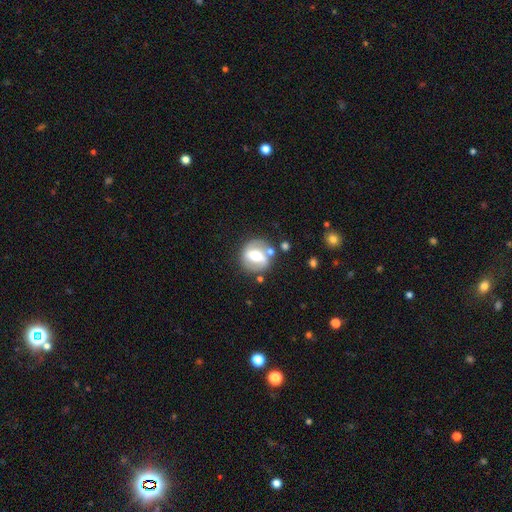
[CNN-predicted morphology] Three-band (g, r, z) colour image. It shows a featured or disk galaxy (60%) with a strong bar (50%), spiral arms (54%) and a moderate central bulge (67%). Merging: none (73%).